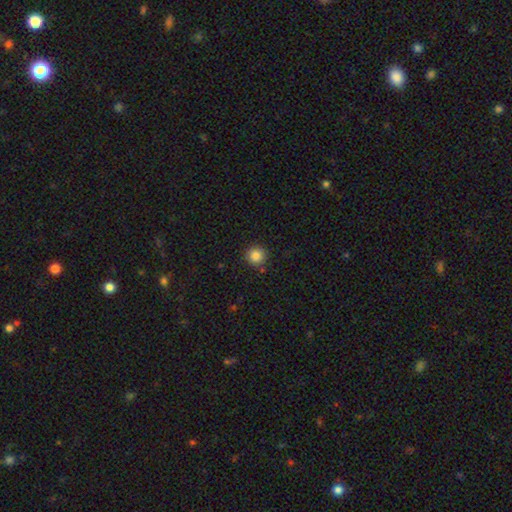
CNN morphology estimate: This appears to be a smooth galaxy with no disk features (85%) that is round (95%). Merging: none (89%).